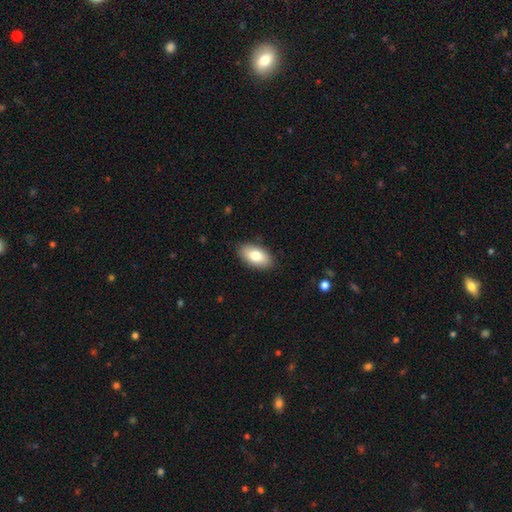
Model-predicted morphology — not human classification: The model was most divided on "smooth or featured": smooth: 80%, featured or disk: 14%, star or artifact: 6%. More confident: how rounded — in between (94%); merging — none (88%).